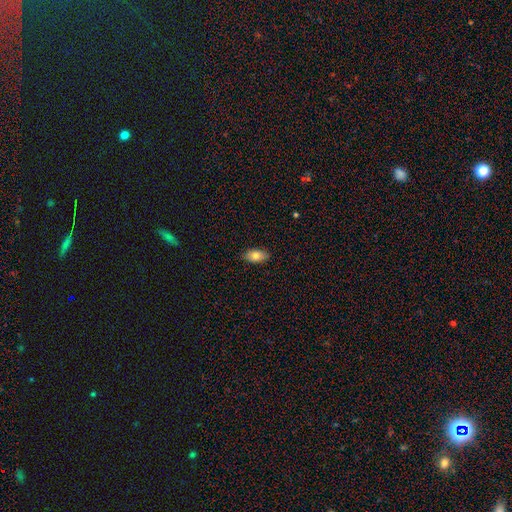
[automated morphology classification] type=smooth (77%); roundness=in between (91%); merging=none (88%).